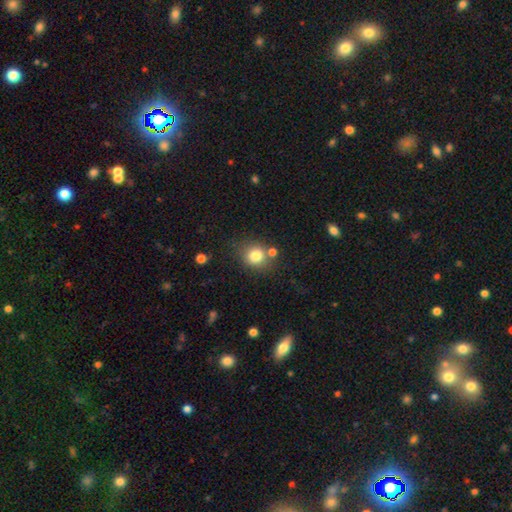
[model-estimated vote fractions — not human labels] The model was most divided on "merging": none: 71%, merger: 13%, minor disturbance: 12%, major disturbance: 4%. More confident: smooth or featured — smooth (80%); how rounded — round (80%).